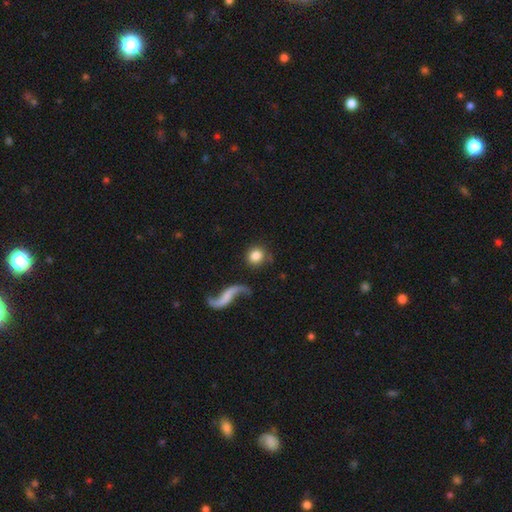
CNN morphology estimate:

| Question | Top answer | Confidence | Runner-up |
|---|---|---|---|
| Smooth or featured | smooth | 75% | featured or disk (17%) |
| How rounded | round | 89% | in between (9%) |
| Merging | none | 78% | minor disturbance (11%) |